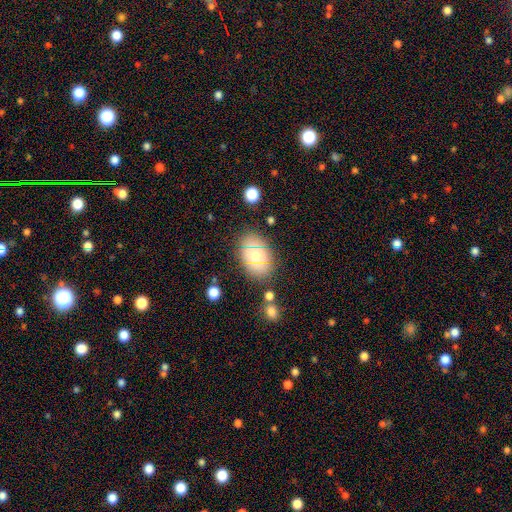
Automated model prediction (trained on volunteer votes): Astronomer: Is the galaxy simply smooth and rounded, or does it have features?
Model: smooth — 60%.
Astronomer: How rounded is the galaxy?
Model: in between — 68%.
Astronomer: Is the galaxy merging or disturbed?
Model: none — 79%.